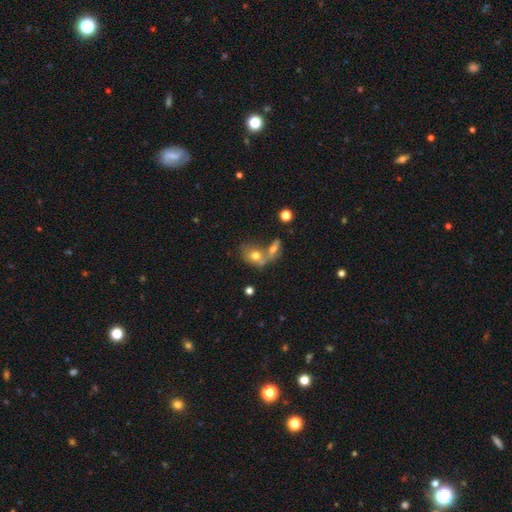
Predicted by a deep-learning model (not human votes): Overall: smooth (68%). How rounded: in between (56%; round 42%). Merging: merger (61%; none 24%).